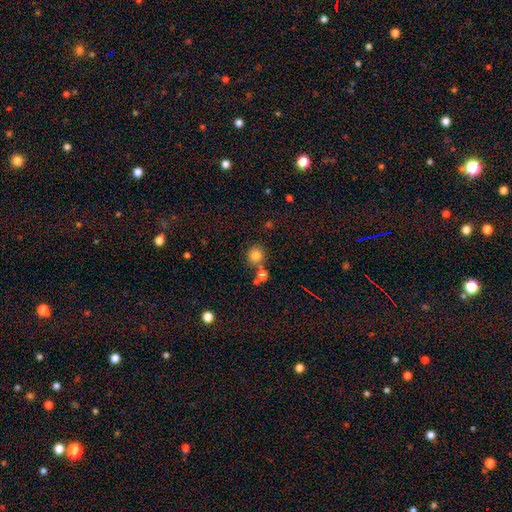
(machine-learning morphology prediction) Smooth or featured?
  - smooth: 76% *
  - star or artifact: 17%
  - featured or disk: 7%
How rounded?
  - round: 84% *
  - in between: 15%
  - cigar-shaped: 1%
Merging?
  - none: 68% *
  - merger: 16%
  - minor disturbance: 11%
  - major disturbance: 5%